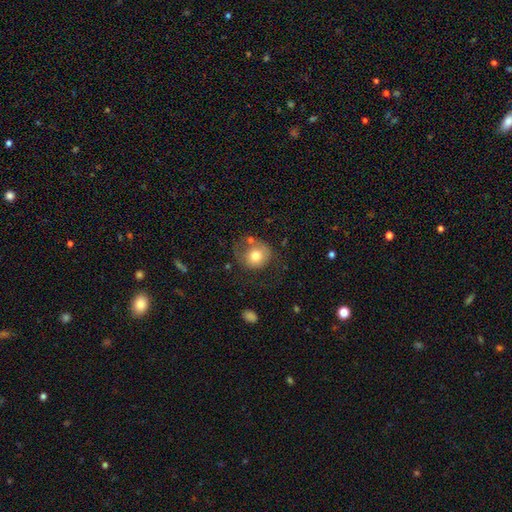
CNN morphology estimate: smooth_or_featured: smooth (p=0.70) [alt: featured or disk p=0.22]
how_rounded: round (p=0.79) [alt: in between p=0.20]
merging: none (p=0.41) [alt: major disturbance p=0.26]